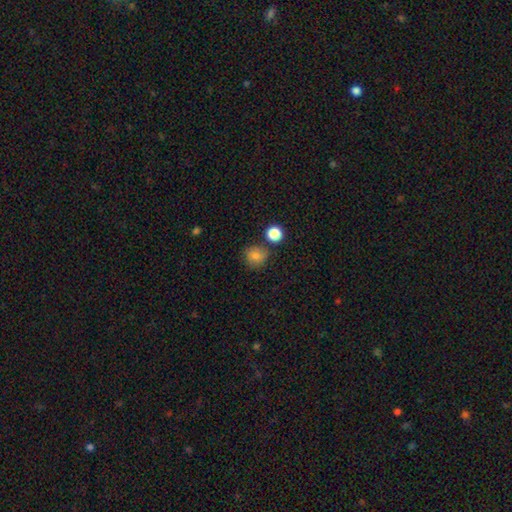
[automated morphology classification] A smooth galaxy with no disk features (79%) that is round (86%). Merging: none (72%).